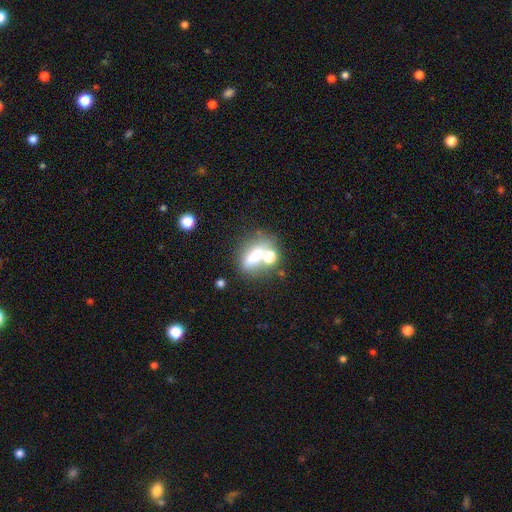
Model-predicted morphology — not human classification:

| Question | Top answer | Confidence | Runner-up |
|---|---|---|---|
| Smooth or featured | smooth | 61% | featured or disk (24%) |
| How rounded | in between | 57% | round (25%) |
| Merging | none | 45% | merger (32%) |